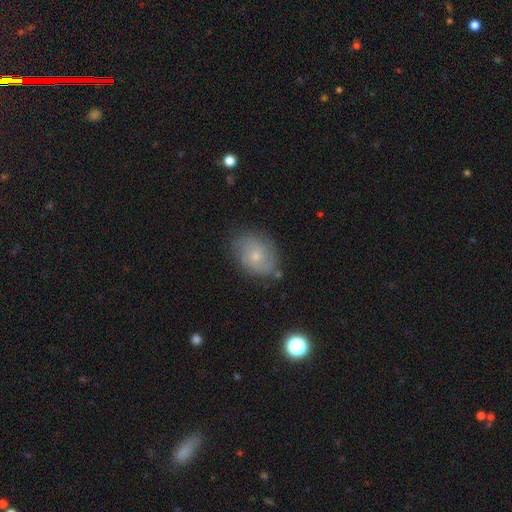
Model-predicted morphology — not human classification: Smooth or featured: smooth — 46% (featured or disk — 45%)
Merging: none — 74% (minor disturbance — 19%)